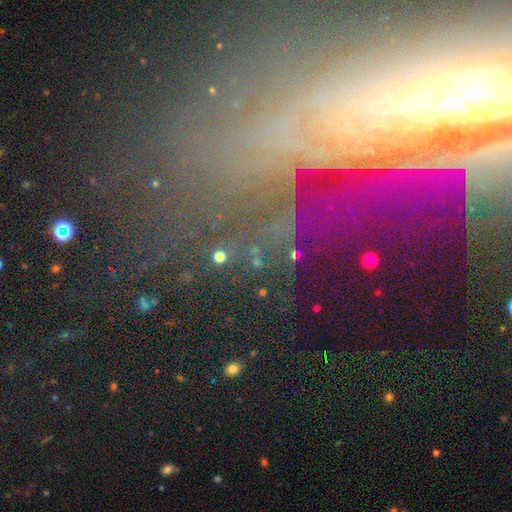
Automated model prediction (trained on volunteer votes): Smooth or featured? Predicted: featured or disk (p=0.43). Merging? Predicted: none (p=0.67).